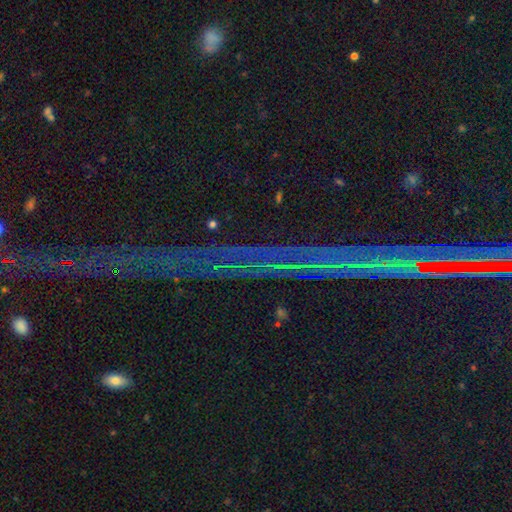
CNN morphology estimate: Smooth or featured? Predicted: star or artifact (p=0.81).